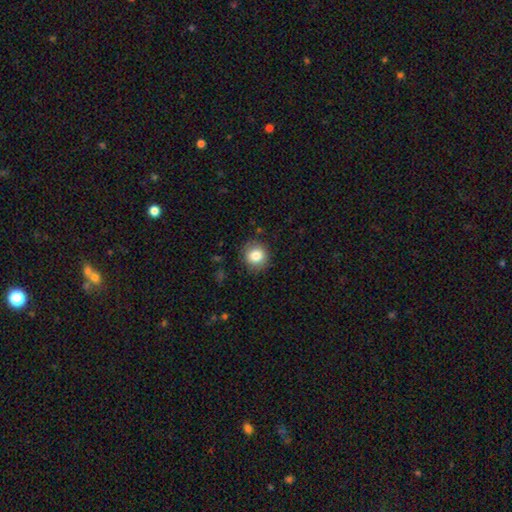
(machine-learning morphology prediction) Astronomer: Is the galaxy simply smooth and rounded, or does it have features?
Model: smooth — 83%.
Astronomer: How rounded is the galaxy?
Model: round — 90%.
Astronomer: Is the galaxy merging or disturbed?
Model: none — 88%.